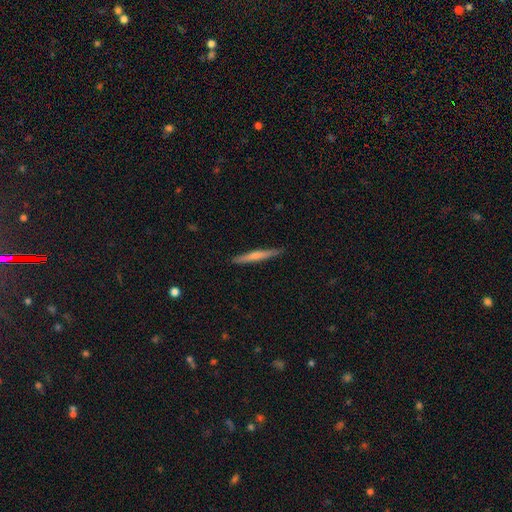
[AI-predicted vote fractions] Overall: smooth (53%; featured or disk 42%). How rounded: cigar-shaped (96%). Merging: none (88%).